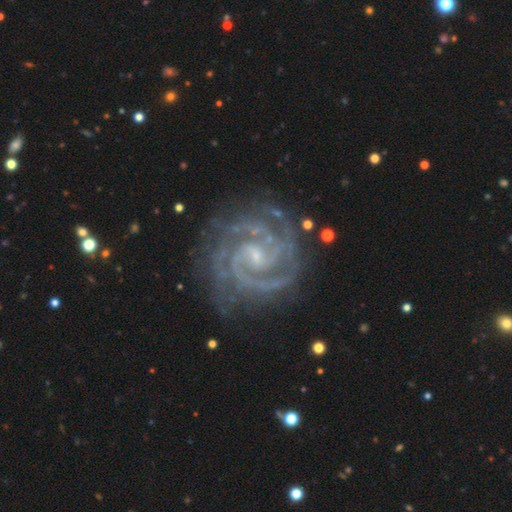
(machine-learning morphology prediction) type=featured or disk (93%); edge-on=no (98%); bar=no (44%); spiral arms=yes (99%); winding=tight (74%); arm count=2 (56%); bulge=small (77%); merging=none (79%).